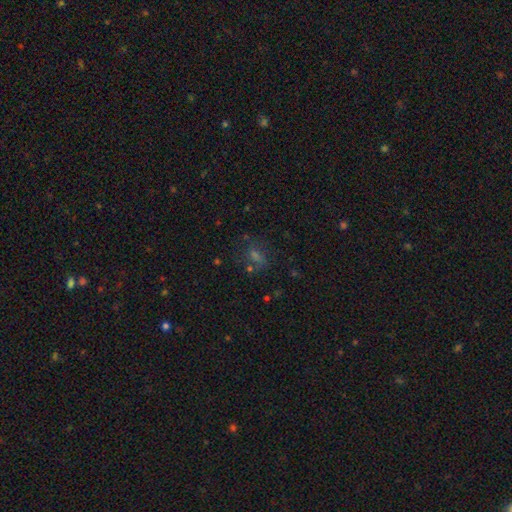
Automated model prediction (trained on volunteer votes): This is marginally a smooth galaxy (42%). Merging: likely none (66%).